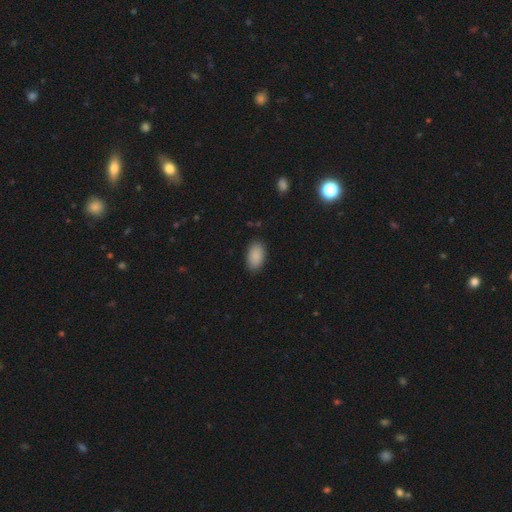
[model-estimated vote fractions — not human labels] A smooth galaxy with no disk features (90%) that is in between round and cigar-shaped (94%).

Vote fractions:
- Smooth or featured? smooth: 90% / star or artifact: 7% / featured or disk: 3%
- How rounded? in between: 94% / round: 4% / cigar-shaped: 2%
- Merging? none: 86% / minor disturbance: 11% / major disturbance: 2% / merger: 1%